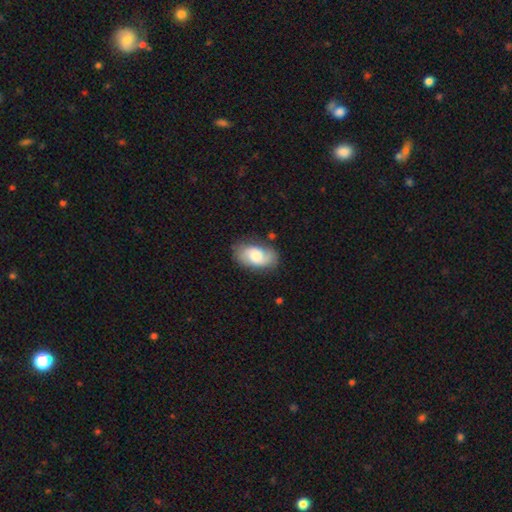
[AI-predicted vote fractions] Smooth or featured? Predicted: smooth (p=0.53). How rounded? Predicted: in between (p=0.92). Merging? Predicted: none (p=0.74).